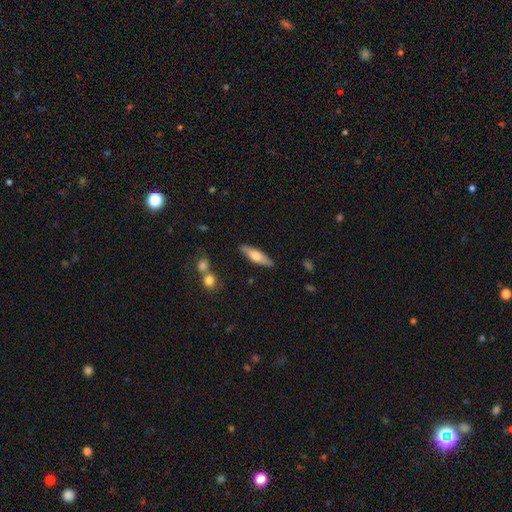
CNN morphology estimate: This appears to be a smooth galaxy with no disk features (55%) that is cigar-shaped (61%). Merging: none (85%).